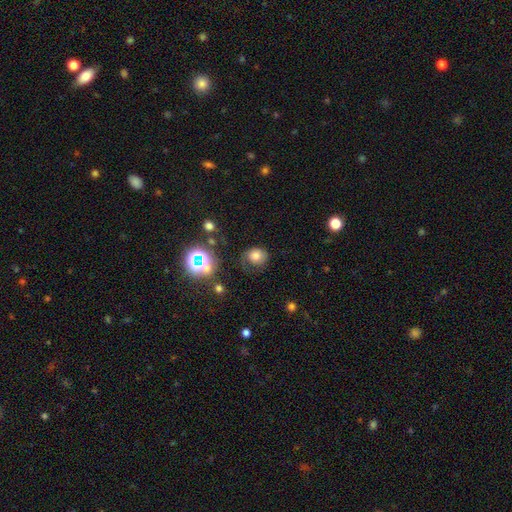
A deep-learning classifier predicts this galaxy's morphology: The model was most divided on "merging": none: 55%, minor disturbance: 26%, major disturbance: 16%, merger: 3%. More confident: how rounded — round (67%); smooth or featured — smooth (66%).